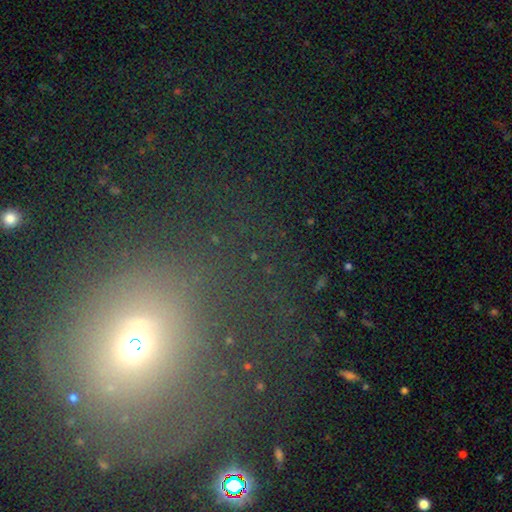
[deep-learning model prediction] Smooth or featured: smooth — 48% (star or artifact — 32%)
Merging: none — 53% (major disturbance — 24%)